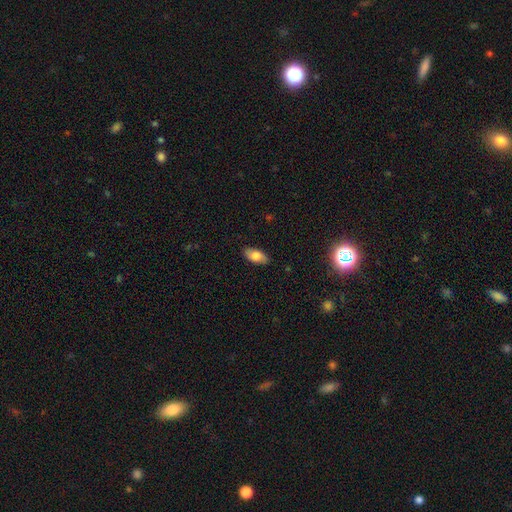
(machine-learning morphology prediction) Smooth or featured? smooth (78%)
How rounded? in between (91%)
Merging? none (86%)